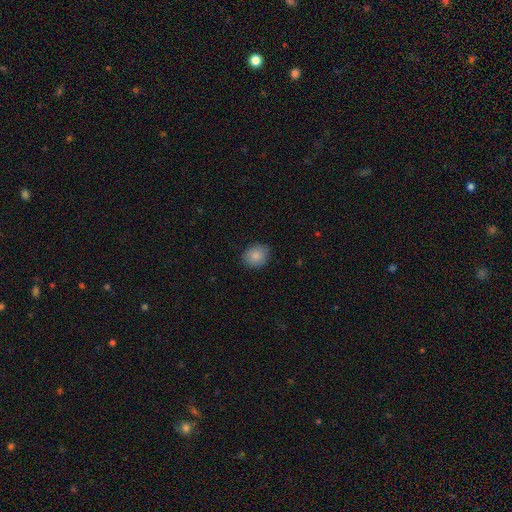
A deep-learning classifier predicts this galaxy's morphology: Q: Smooth or featured?
A: smooth (85%); runner-up: star or artifact (9%)
Q: How rounded?
A: round (66%); runner-up: in between (33%)
Q: Merging?
A: none (85%); runner-up: minor disturbance (11%)